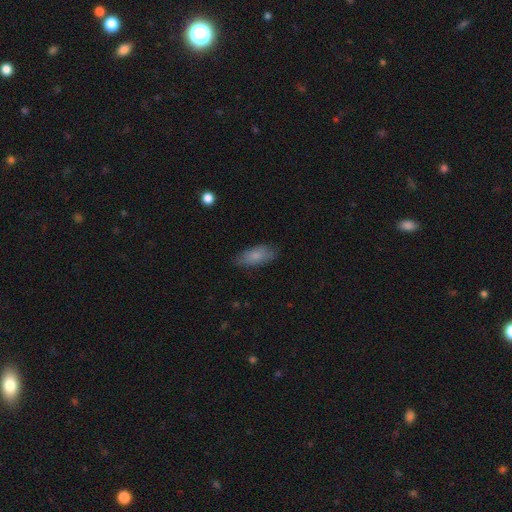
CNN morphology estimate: smooth-or-featured: smooth: 81% | featured or disk: 12% | star or artifact: 6%
  how-rounded: in between: 82% | cigar-shaped: 16% | round: 2%
  merging: none: 79% | minor disturbance: 17% | major disturbance: 3% | merger: 1%